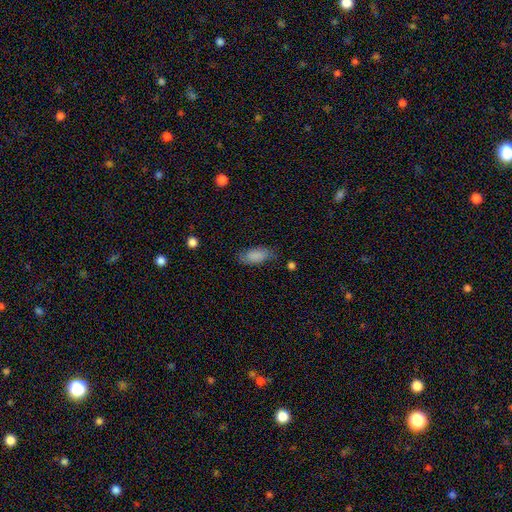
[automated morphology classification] Overall: smooth (80%). How rounded: in between (91%). Merging: none (70%).